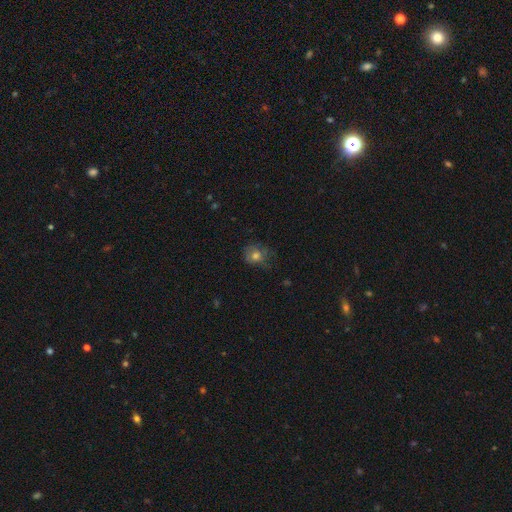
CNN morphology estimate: This is likely a smooth galaxy (67%). How rounded: likely round (71%). Merging: possibly none (60%).